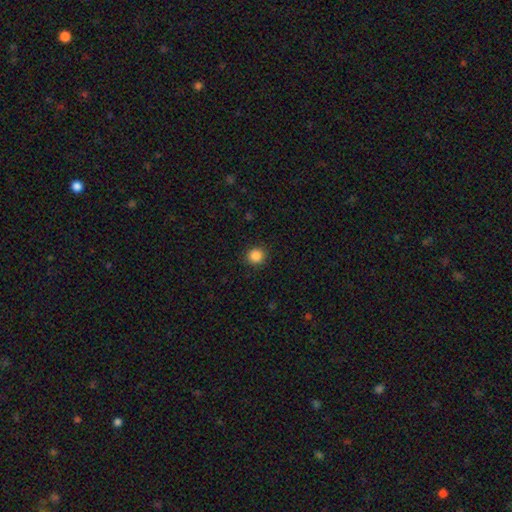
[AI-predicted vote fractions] smooth-or-featured: smooth: 86% | star or artifact: 11% | featured or disk: 3%
  how-rounded: round: 94% | in between: 5% | cigar-shaped: 1%
  merging: none: 91% | minor disturbance: 6% | major disturbance: 2% | merger: 1%